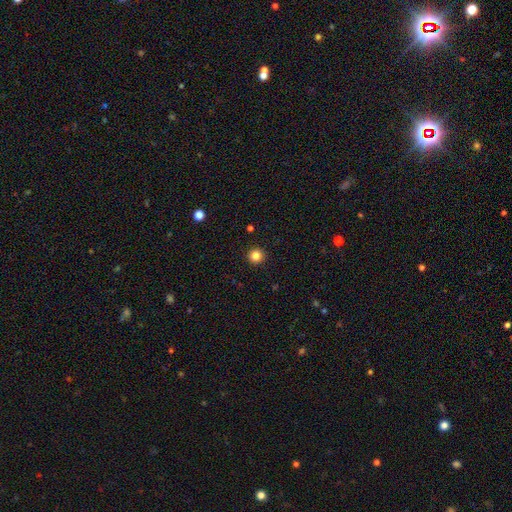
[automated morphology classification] A smooth galaxy with no disk features (84%) that is round (96%).

Vote fractions:
- Smooth or featured? smooth: 84% / star or artifact: 12% / featured or disk: 4%
- How rounded? round: 96% / in between: 3% / cigar-shaped: 1%
- Merging? none: 93% / minor disturbance: 4% / major disturbance: 1% / merger: 1%